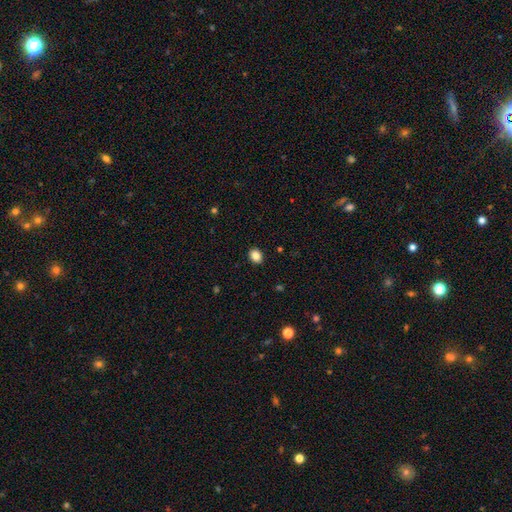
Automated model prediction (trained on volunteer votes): Smooth or featured?
  - smooth: 85% *
  - star or artifact: 10%
  - featured or disk: 5%
How rounded?
  - in between: 52% *
  - round: 47%
  - cigar-shaped: 1%
Merging?
  - none: 90% *
  - minor disturbance: 7%
  - major disturbance: 2%
  - merger: 1%